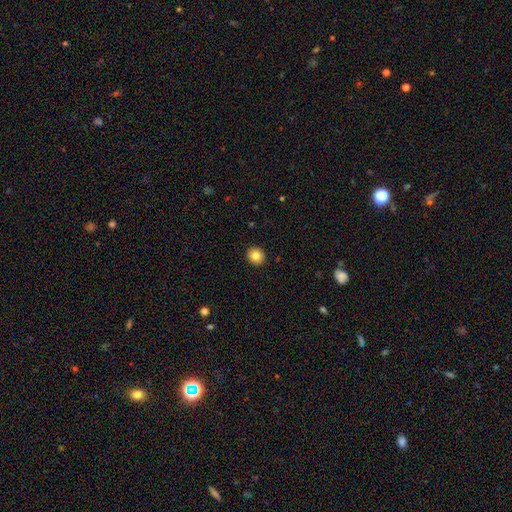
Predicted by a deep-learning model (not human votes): Smooth or featured?
  - smooth: 83% *
  - star or artifact: 10%
  - featured or disk: 8%
How rounded?
  - round: 91% *
  - in between: 8%
  - cigar-shaped: 1%
Merging?
  - none: 93% *
  - minor disturbance: 5%
  - major disturbance: 1%
  - merger: 1%